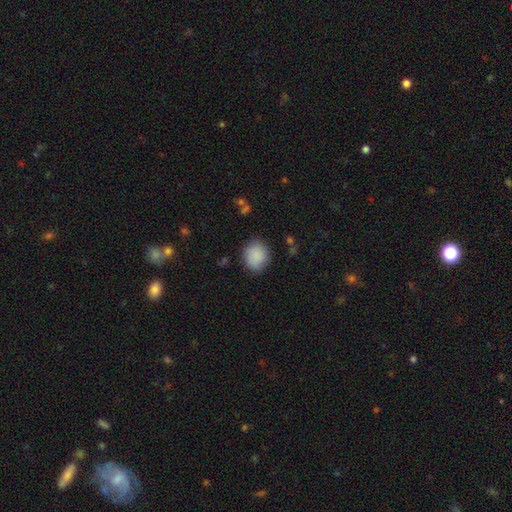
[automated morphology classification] smooth 88%, star or artifact 8%, featured or disk 4%. Down the decision tree: how rounded — round (69%); merging — none (82%).